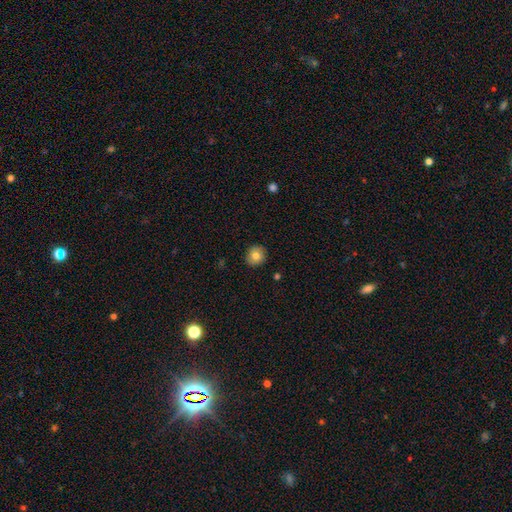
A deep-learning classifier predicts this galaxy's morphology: Smooth or featured? Predicted: smooth (p=0.80). How rounded? Predicted: round (p=0.86). Merging? Predicted: none (p=0.91).